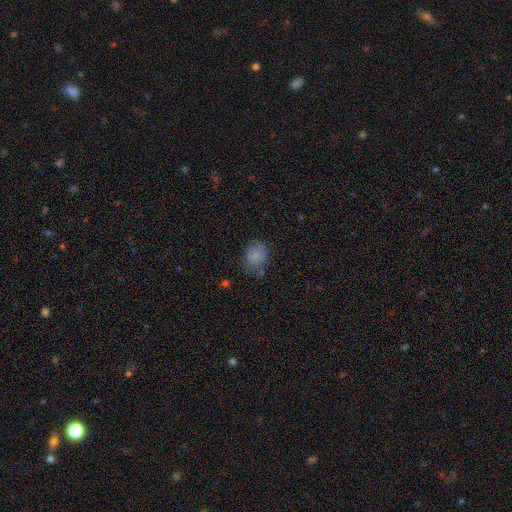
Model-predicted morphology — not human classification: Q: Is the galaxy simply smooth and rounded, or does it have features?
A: smooth — 78%.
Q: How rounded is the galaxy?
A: round — 56%.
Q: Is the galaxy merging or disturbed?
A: none — 68%.